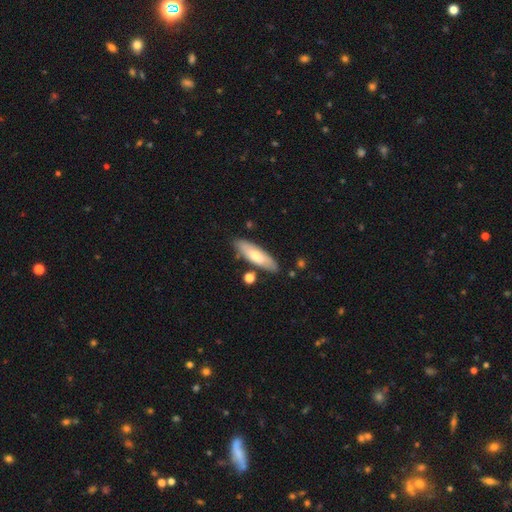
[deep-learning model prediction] A smooth galaxy with no disk features (62%) that is cigar-shaped (53%). Merging: none (81%).